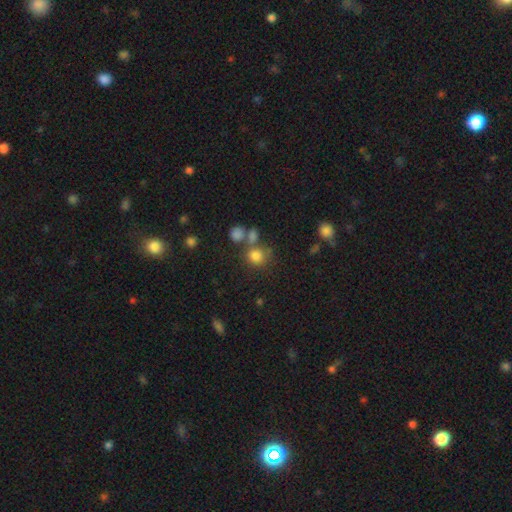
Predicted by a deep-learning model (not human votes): smooth 79%, star or artifact 14%, featured or disk 8%. Down the decision tree: how rounded — round (81%); merging — none (55%).